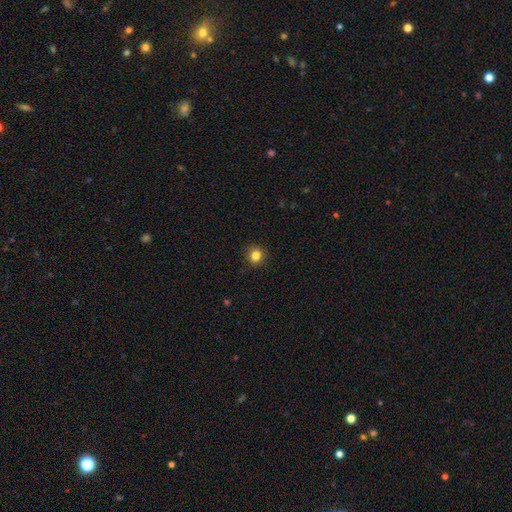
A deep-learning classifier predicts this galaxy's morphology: Smooth or featured?
  - smooth: 83% *
  - star or artifact: 12%
  - featured or disk: 5%
How rounded?
  - round: 91% *
  - in between: 8%
  - cigar-shaped: 1%
Merging?
  - none: 91% *
  - minor disturbance: 6%
  - major disturbance: 2%
  - merger: 1%